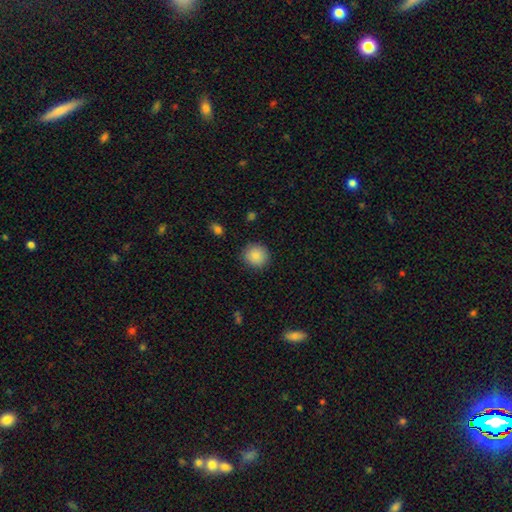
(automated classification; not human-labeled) smooth-or-featured: smooth: 87% | star or artifact: 8% | featured or disk: 4%
  how-rounded: round: 91% | in between: 8% | cigar-shaped: 1%
  merging: none: 89% | minor disturbance: 8% | major disturbance: 2% | merger: 1%